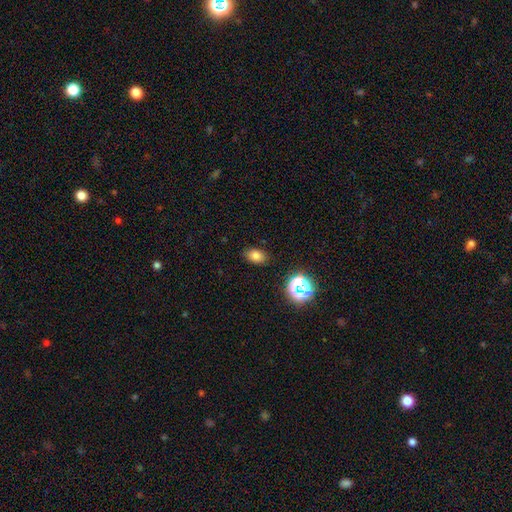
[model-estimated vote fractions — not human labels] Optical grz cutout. It shows a smooth galaxy with no disk features (78%) that is in between round and cigar-shaped (82%). Merging: none (86%).